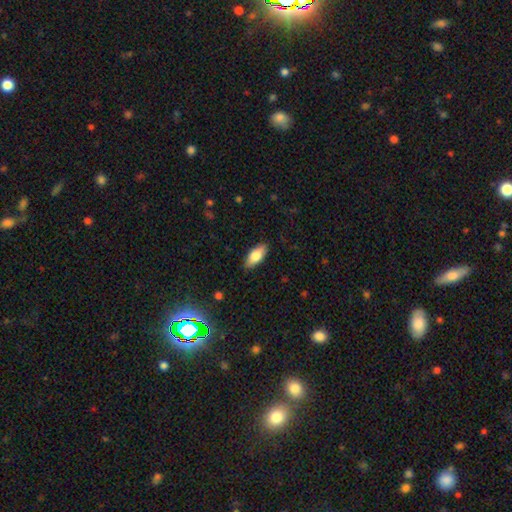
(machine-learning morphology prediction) Smooth or featured: smooth — 77% (featured or disk — 17%)
How rounded: in between — 84% (cigar-shaped — 13%)
Merging: none — 88% (minor disturbance — 9%)